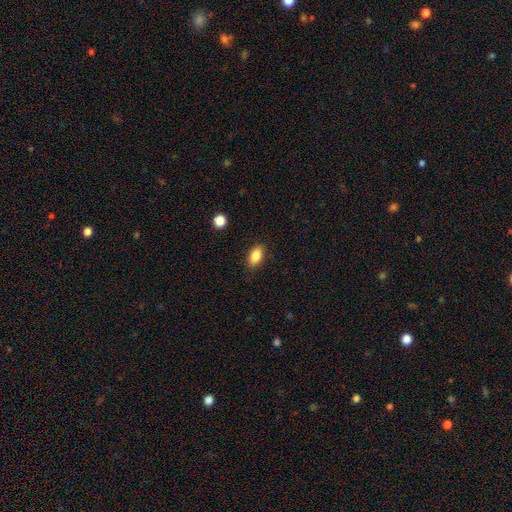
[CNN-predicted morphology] Q: Smooth or featured?
A: smooth (84%); runner-up: star or artifact (8%)
Q: How rounded?
A: in between (90%); runner-up: round (7%)
Q: Merging?
A: none (87%); runner-up: minor disturbance (10%)